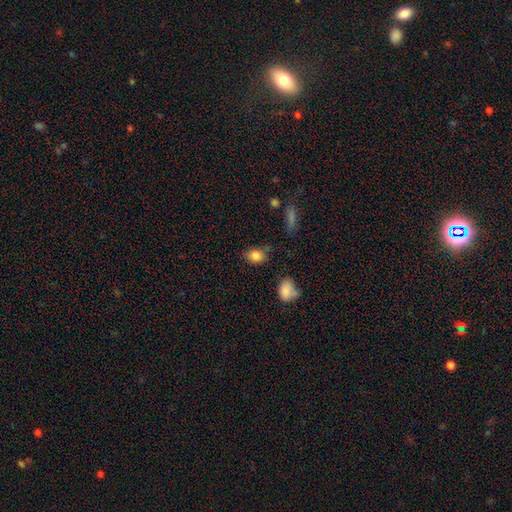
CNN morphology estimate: Smooth or featured? smooth (84%)
How rounded? in between (65%)
Merging? none (68%)